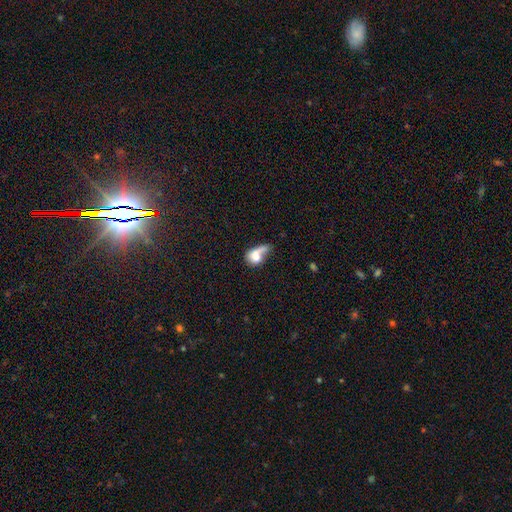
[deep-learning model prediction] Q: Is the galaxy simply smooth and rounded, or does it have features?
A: smooth — 65%.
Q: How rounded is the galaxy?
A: in between — 55%.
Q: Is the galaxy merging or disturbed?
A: merger — 31%.